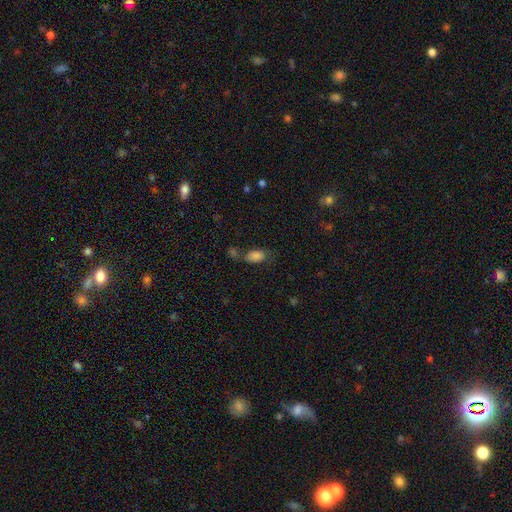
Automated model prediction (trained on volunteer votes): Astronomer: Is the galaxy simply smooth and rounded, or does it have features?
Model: smooth — 83%.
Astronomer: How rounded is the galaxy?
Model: in between — 92%.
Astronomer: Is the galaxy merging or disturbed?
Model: none — 54%.